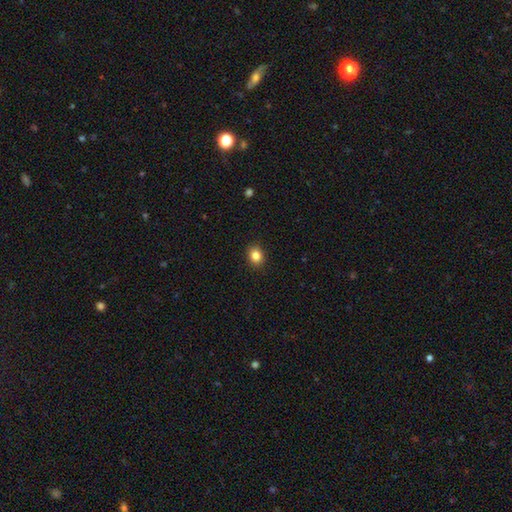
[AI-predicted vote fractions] Smooth or featured?
  - smooth: 84% *
  - star or artifact: 11%
  - featured or disk: 5%
How rounded?
  - round: 62% *
  - in between: 37%
  - cigar-shaped: 1%
Merging?
  - none: 90% *
  - minor disturbance: 7%
  - major disturbance: 2%
  - merger: 1%